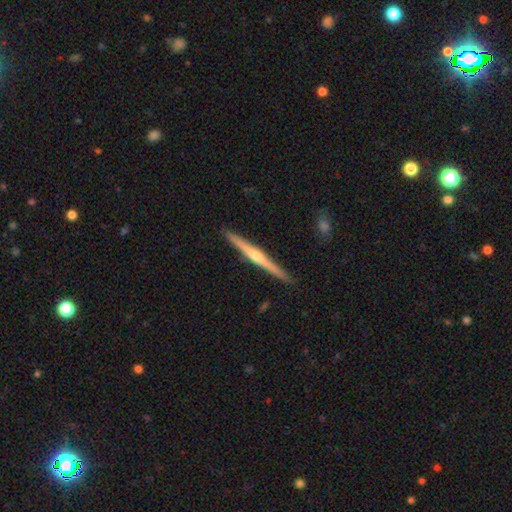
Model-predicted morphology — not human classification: Smooth or featured: featured or disk — 79% (smooth — 16%)
Edge-on disk: yes — 98% (no — 2%)
Edge-on bulge: rounded — 84% (none — 11%)
Merging: none — 92% (minor disturbance — 5%)